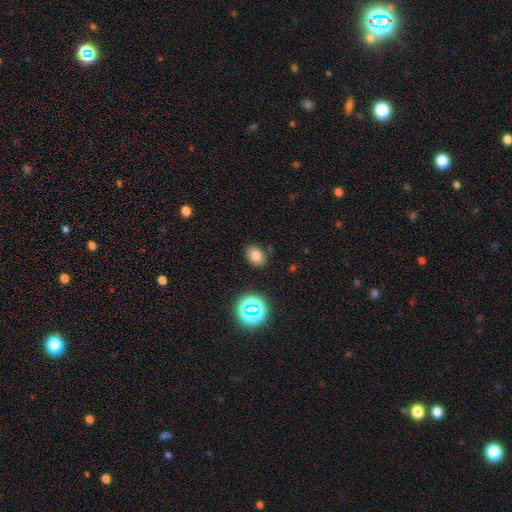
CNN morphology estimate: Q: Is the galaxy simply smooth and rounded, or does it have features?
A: smooth — 75%.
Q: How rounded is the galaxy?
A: in between — 67%.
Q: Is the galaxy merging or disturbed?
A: none — 84%.